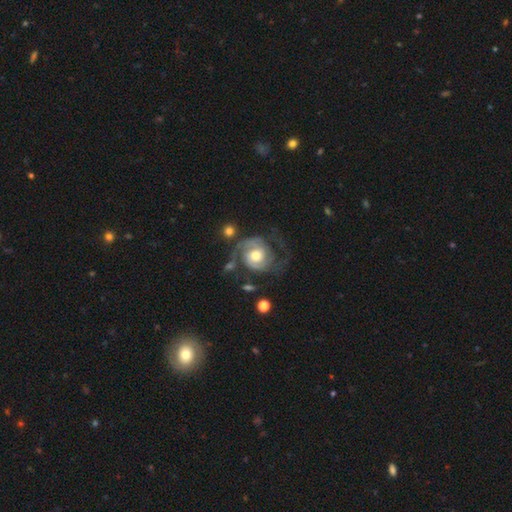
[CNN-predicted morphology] This is clearly a featured or disk galaxy (86%). It is clearly not viewed edge-on (98%). Bar: likely no (69%). Spiral arm pattern: clearly yes (96%). Spiral arm count: likely 2 (76%). Spiral winding: marginally medium (43%). Central bulge: likely moderate (68%). Merging: possibly none (51%).